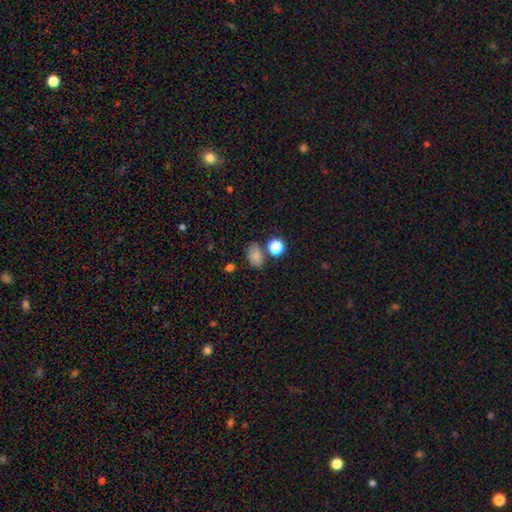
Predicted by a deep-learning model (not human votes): Overall: smooth (80%). How rounded: in between (77%). Merging: none (68%).